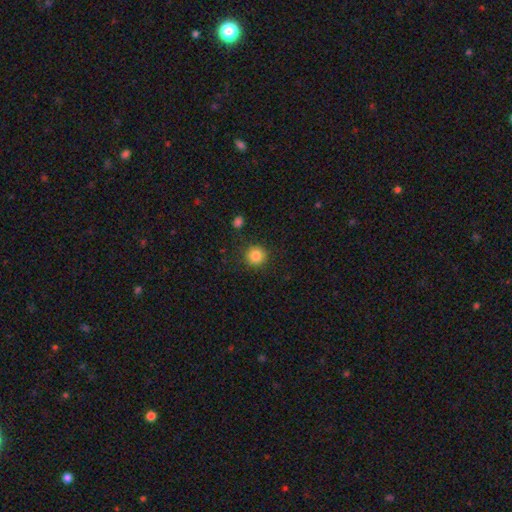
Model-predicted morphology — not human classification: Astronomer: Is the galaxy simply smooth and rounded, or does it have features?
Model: smooth — 86%.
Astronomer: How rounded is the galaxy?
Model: round — 93%.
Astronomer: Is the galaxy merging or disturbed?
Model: none — 88%.